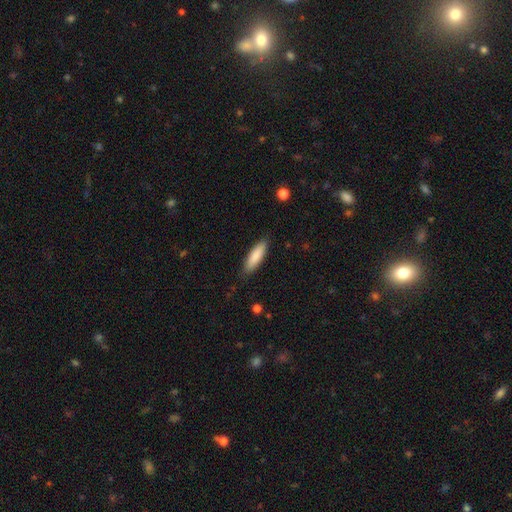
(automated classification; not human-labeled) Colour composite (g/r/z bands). It shows a smooth galaxy with no disk features (86%) that is cigar-shaped (57%). Merging: none (86%).